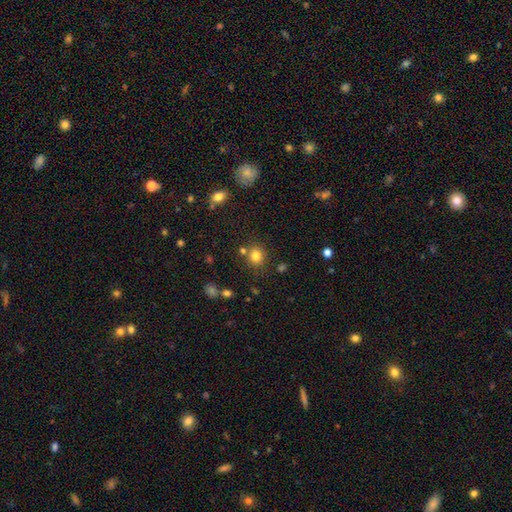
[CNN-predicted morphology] smooth-or-featured: smooth: 80% | star or artifact: 13% | featured or disk: 6%
  how-rounded: round: 83% | in between: 16% | cigar-shaped: 1%
  merging: none: 77% | merger: 10% | minor disturbance: 10% | major disturbance: 3%